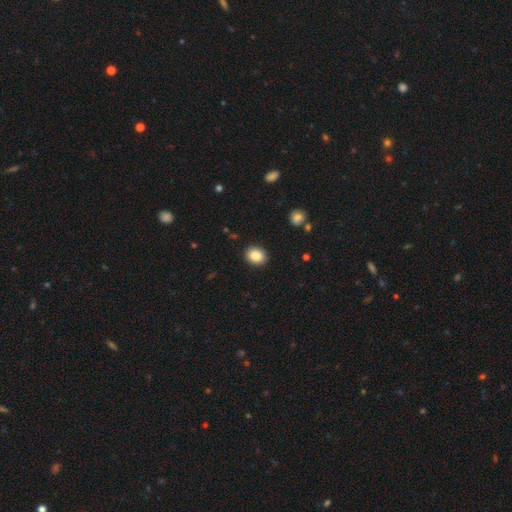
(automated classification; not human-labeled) Smooth or featured? smooth (87%)
How rounded? round (53%)
Merging? none (90%)